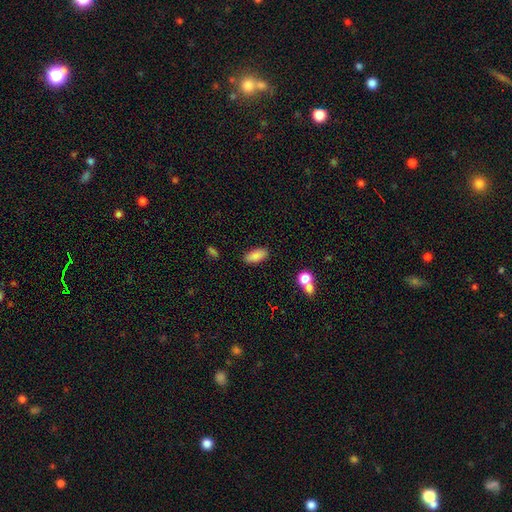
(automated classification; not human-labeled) smooth-or-featured: smooth: 85% | star or artifact: 8% | featured or disk: 7%
  how-rounded: in between: 85% | cigar-shaped: 13% | round: 3%
  merging: none: 86% | minor disturbance: 9% | merger: 3% | major disturbance: 2%